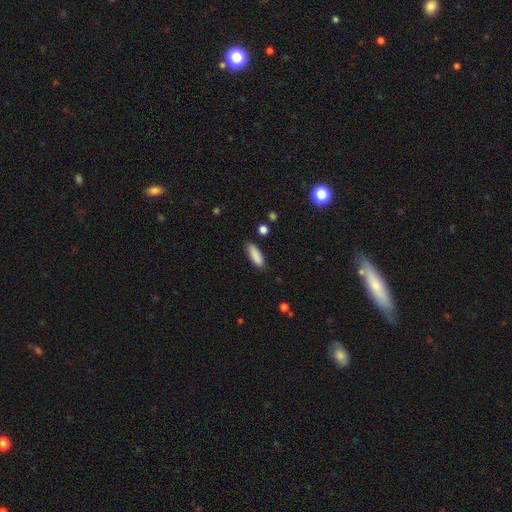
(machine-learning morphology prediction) Smooth or featured: smooth — 88% (star or artifact — 7%)
How rounded: in between — 60% (cigar-shaped — 39%)
Merging: none — 84% (minor disturbance — 12%)